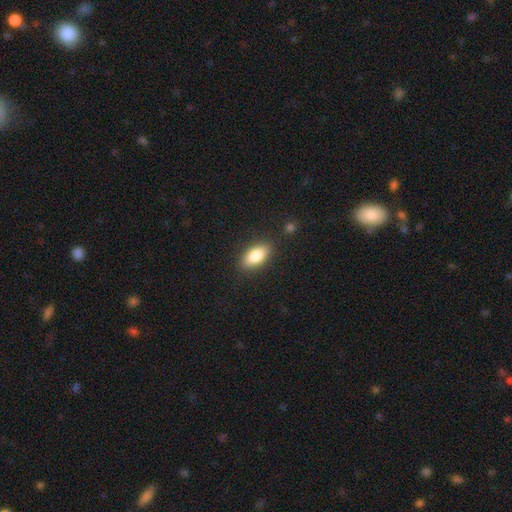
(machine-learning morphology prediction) smooth 83%, featured or disk 10%, star or artifact 7%. Down the decision tree: how rounded — in between (87%); merging — none (85%).